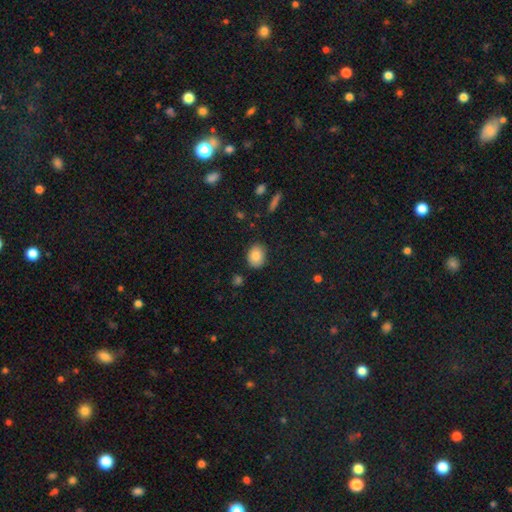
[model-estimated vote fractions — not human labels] smooth_or_featured: smooth (p=0.85) [alt: star or artifact p=0.08]
how_rounded: in between (p=0.65) [alt: round p=0.34]
merging: none (p=0.84) [alt: minor disturbance p=0.12]